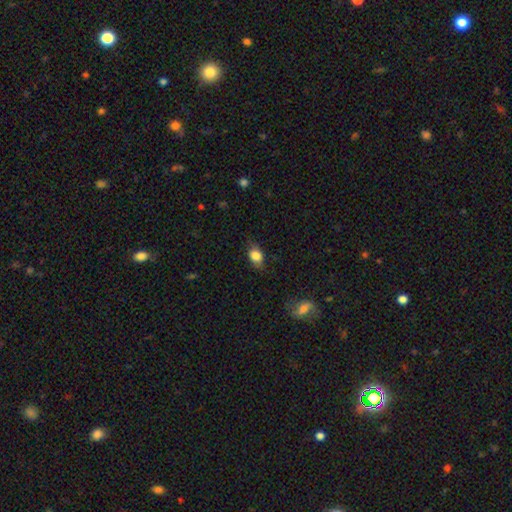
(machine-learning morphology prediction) Smooth or featured?
  - smooth: 82% *
  - featured or disk: 10%
  - star or artifact: 8%
How rounded?
  - in between: 75% *
  - round: 22%
  - cigar-shaped: 2%
Merging?
  - none: 75% *
  - minor disturbance: 19%
  - major disturbance: 5%
  - merger: 1%